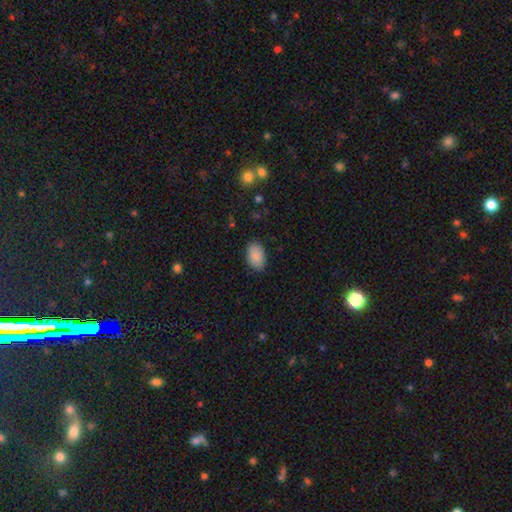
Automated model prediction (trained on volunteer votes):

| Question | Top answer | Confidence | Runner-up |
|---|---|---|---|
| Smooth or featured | smooth | 88% | star or artifact (7%) |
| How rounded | in between | 90% | round (8%) |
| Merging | none | 84% | minor disturbance (12%) |